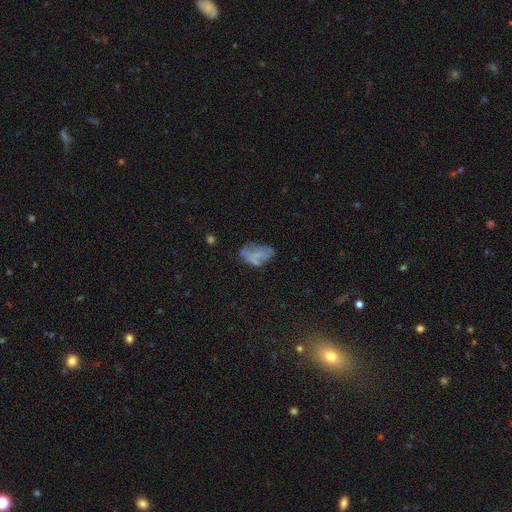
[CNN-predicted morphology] The model was most divided on "smooth or featured": smooth: 46%, featured or disk: 35%, star or artifact: 18%. Remaining: merging — none (40%).